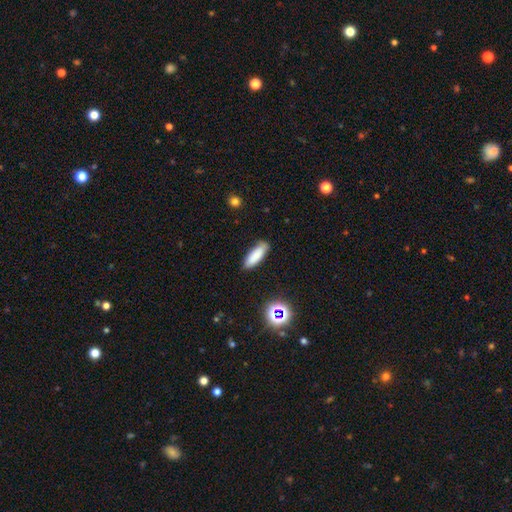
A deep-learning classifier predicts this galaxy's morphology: Smooth or featured: smooth — 83% (star or artifact — 9%)
How rounded: in between — 60% (cigar-shaped — 38%)
Merging: none — 82% (minor disturbance — 14%)